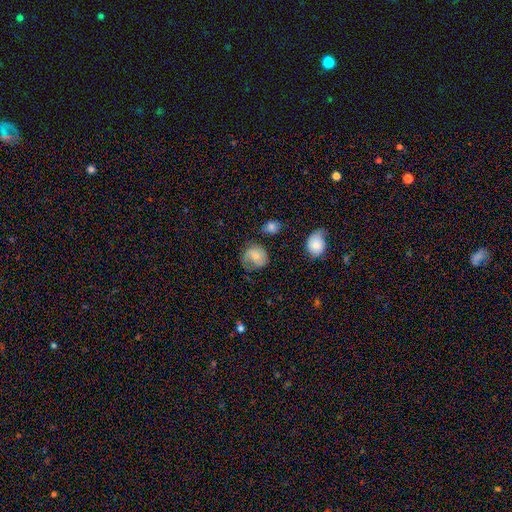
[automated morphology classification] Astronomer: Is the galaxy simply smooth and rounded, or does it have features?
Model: smooth — 52% (runner-up: featured or disk, 40%).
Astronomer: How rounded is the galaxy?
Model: round — 68%.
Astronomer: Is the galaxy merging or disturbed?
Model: none — 48% (runner-up: minor disturbance, 29%).